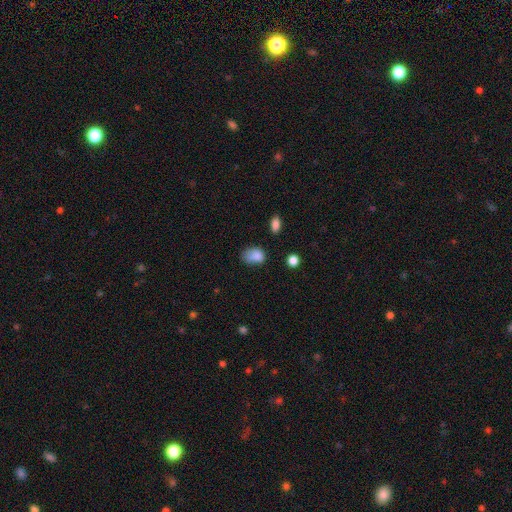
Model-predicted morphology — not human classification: smooth 83%, star or artifact 11%, featured or disk 6%. Down the decision tree: how rounded — in between (72%); merging — none (44%).